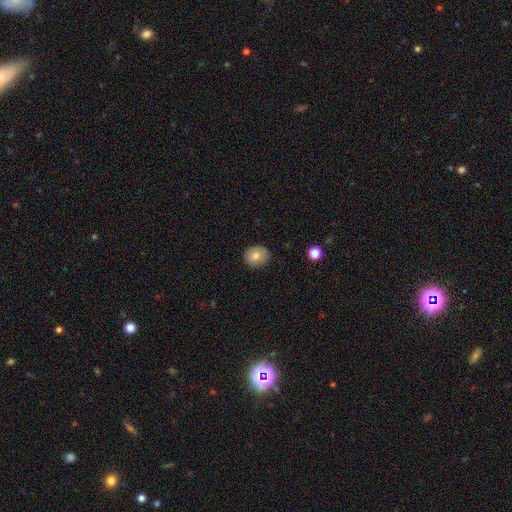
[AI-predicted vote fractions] This appears to be a smooth galaxy with no disk features (80%) that is round (68%). Merging: none (84%).